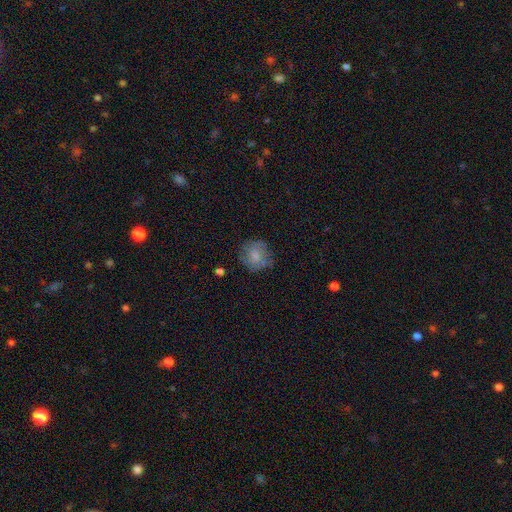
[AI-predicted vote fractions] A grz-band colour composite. It shows a smooth galaxy with no disk features (64%) that is round (84%). Merging: none (68%).